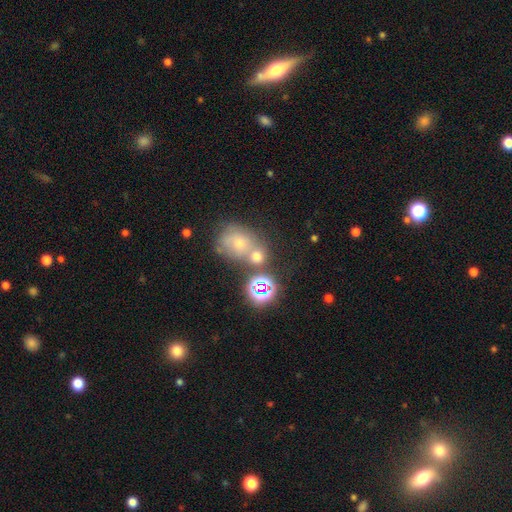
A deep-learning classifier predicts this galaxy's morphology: This appears to be a smooth galaxy with no disk features (50%) that is round (63%). Merging: none (41%).